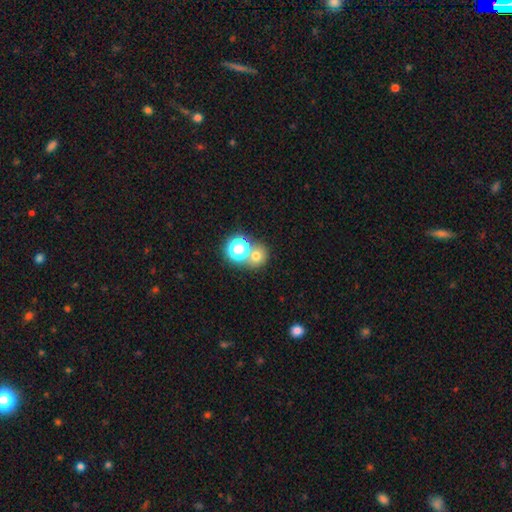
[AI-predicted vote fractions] A smooth galaxy with no disk features (67%) that is round (80%).

Vote fractions:
- Smooth or featured? smooth: 67% / star or artifact: 24% / featured or disk: 9%
- How rounded? round: 80% / in between: 19% / cigar-shaped: 1%
- Merging? none: 56% / merger: 33% / minor disturbance: 7% / major disturbance: 4%